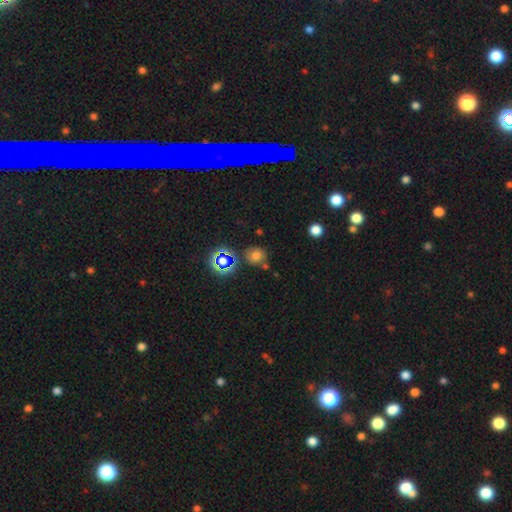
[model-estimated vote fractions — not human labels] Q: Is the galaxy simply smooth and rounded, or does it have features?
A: smooth — 66%.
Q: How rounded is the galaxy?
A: round — 81%.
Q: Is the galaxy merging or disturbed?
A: none — 71%.